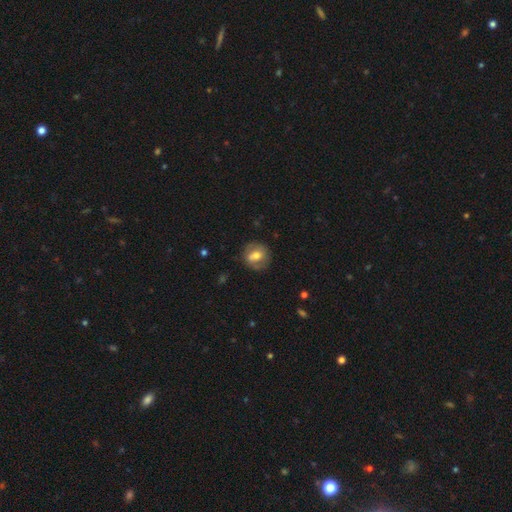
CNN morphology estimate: Q: Smooth or featured?
A: smooth (51%); runner-up: featured or disk (41%)
Q: How rounded?
A: round (76%); runner-up: in between (23%)
Q: Merging?
A: none (77%); runner-up: minor disturbance (15%)